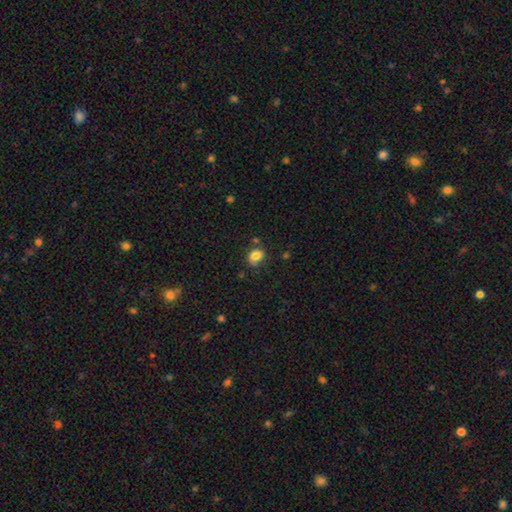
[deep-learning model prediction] smooth_or_featured: smooth (p=0.82) [alt: star or artifact p=0.10]
how_rounded: in between (p=0.66) [alt: round p=0.33]
merging: none (p=0.69) [alt: minor disturbance p=0.19]